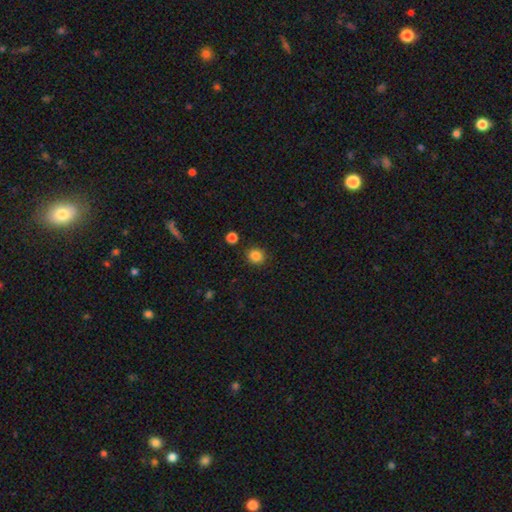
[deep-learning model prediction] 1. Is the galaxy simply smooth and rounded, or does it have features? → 85% smooth, 11% star or artifact, 4% featured or disk.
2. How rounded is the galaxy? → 80% round, 19% in between, 1% cigar-shaped.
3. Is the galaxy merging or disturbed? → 87% none, 8% minor disturbance, 3% merger, 2% major disturbance.